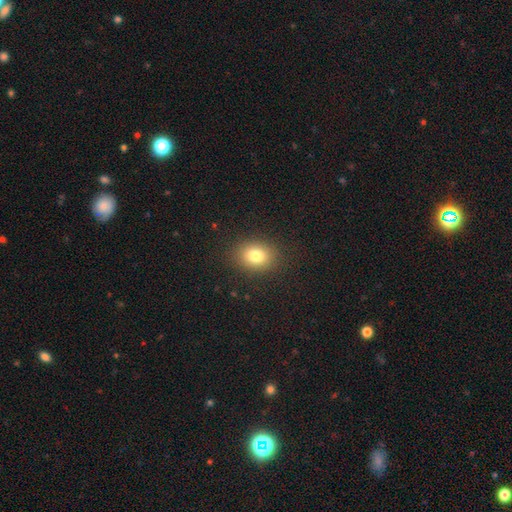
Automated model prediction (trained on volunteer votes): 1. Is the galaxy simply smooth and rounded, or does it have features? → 79% smooth, 12% star or artifact, 9% featured or disk.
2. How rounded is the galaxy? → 50% in between, 49% round, 1% cigar-shaped.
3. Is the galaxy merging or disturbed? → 88% none, 8% minor disturbance, 3% major disturbance, 1% merger.